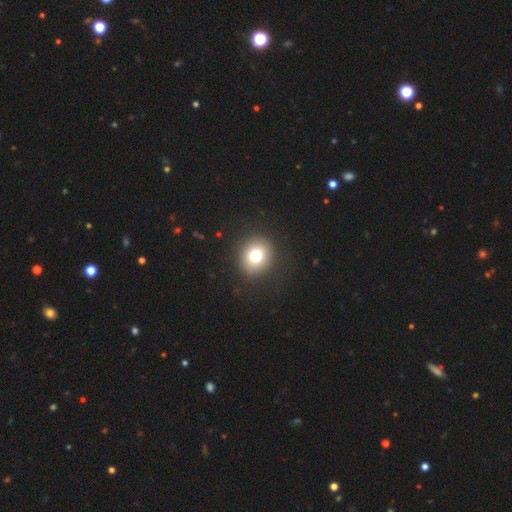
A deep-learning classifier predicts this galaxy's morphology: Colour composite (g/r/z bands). It shows a smooth galaxy with no disk features (76%) that is round (82%). Merging: none (90%).